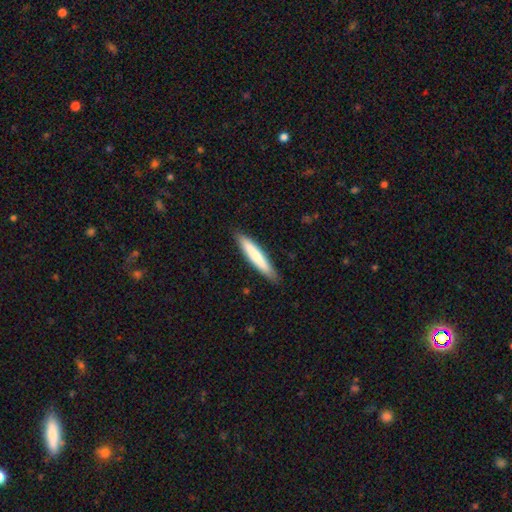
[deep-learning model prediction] Q: Smooth or featured?
A: smooth (71%); runner-up: featured or disk (24%)
Q: How rounded?
A: cigar-shaped (91%); runner-up: in between (8%)
Q: Merging?
A: none (89%); runner-up: minor disturbance (9%)